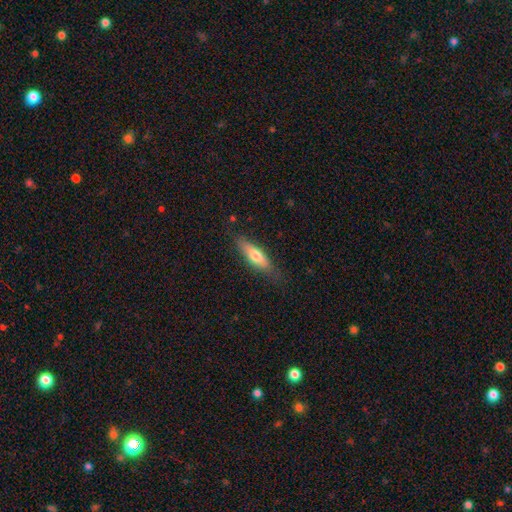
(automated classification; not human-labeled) Smooth or featured? smooth (65%)
How rounded? cigar-shaped (56%)
Merging? none (78%)